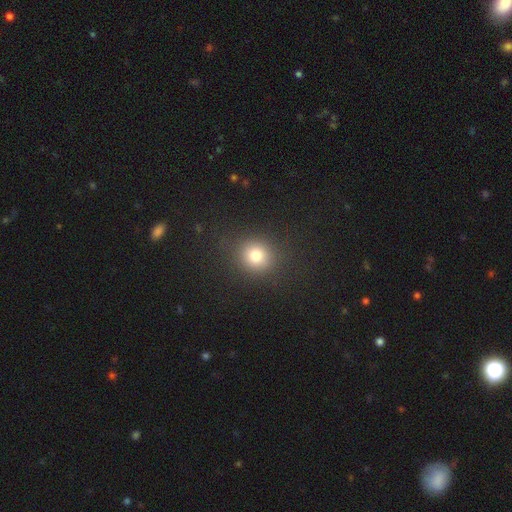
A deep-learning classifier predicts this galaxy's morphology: A smooth galaxy with no disk features (78%) that is round (87%).

Vote fractions:
- Smooth or featured? smooth: 78% / star or artifact: 15% / featured or disk: 7%
- How rounded? round: 87% / in between: 12% / cigar-shaped: 1%
- Merging? none: 87% / minor disturbance: 7% / major disturbance: 4% / merger: 1%